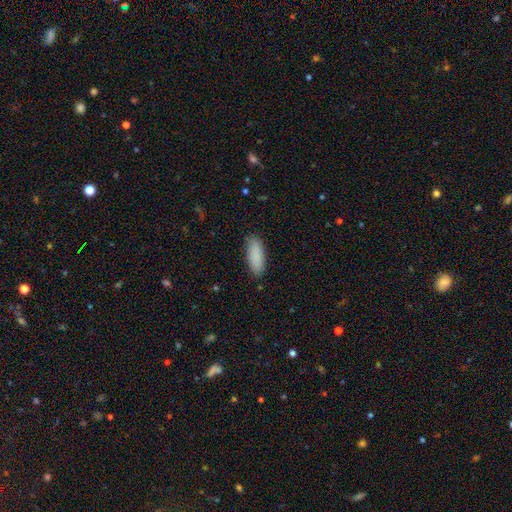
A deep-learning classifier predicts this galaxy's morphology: smooth-or-featured: smooth: 89% | star or artifact: 6% | featured or disk: 5%
  how-rounded: in between: 63% | cigar-shaped: 35% | round: 2%
  merging: none: 87% | minor disturbance: 10% | major disturbance: 2% | merger: 1%